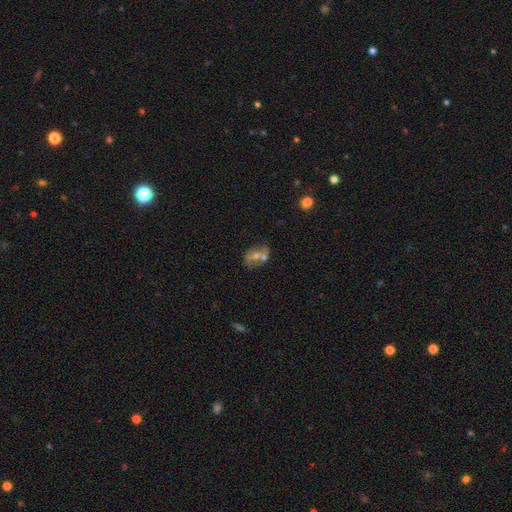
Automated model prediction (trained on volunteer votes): Smooth or featured: featured or disk — 44% (smooth — 41%)
Merging: none — 44% (merger — 35%)